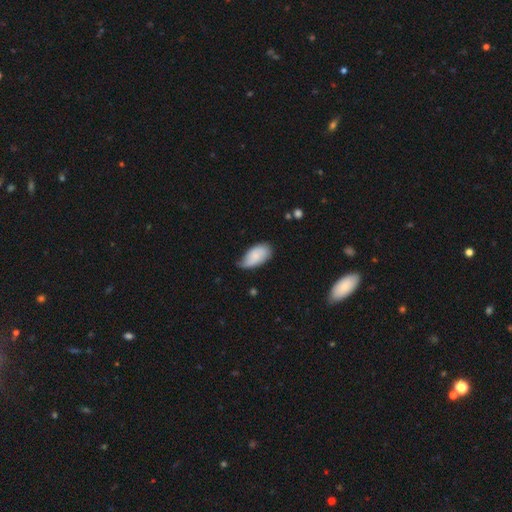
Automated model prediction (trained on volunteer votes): A smooth galaxy with no disk features (70%) that is in between round and cigar-shaped (94%). Merging: none (47%).